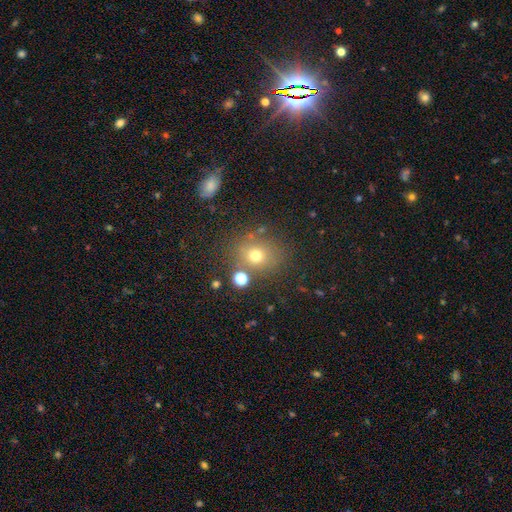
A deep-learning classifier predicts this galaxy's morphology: A smooth galaxy with no disk features (69%) that is round (74%). Merging: none (73%).